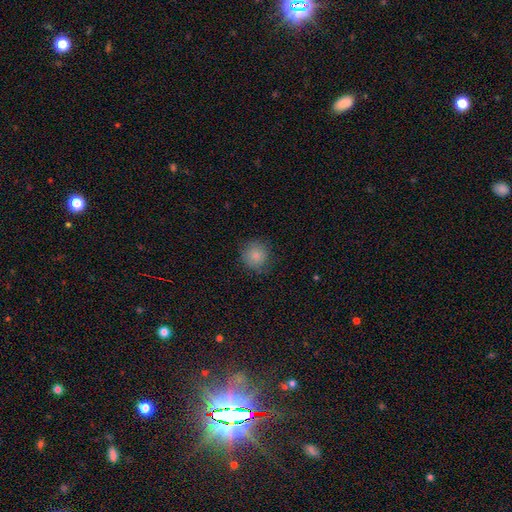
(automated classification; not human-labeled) smooth 85%, star or artifact 9%, featured or disk 5%. Down the decision tree: how rounded — round (92%); merging — none (82%).